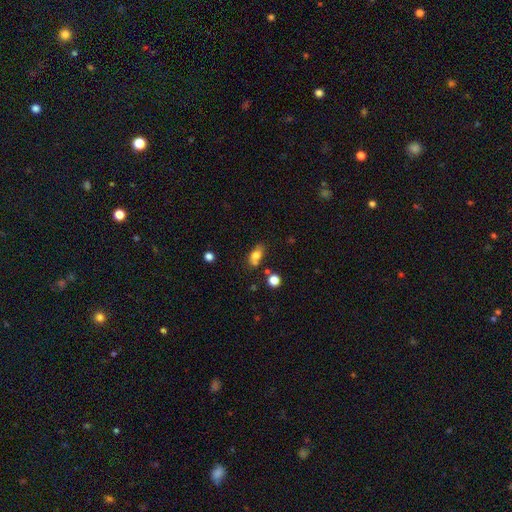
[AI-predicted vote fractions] smooth-or-featured: smooth: 74% | featured or disk: 15% | star or artifact: 11%
  how-rounded: in between: 76% | round: 18% | cigar-shaped: 6%
  merging: none: 57% | minor disturbance: 20% | merger: 17% | major disturbance: 6%